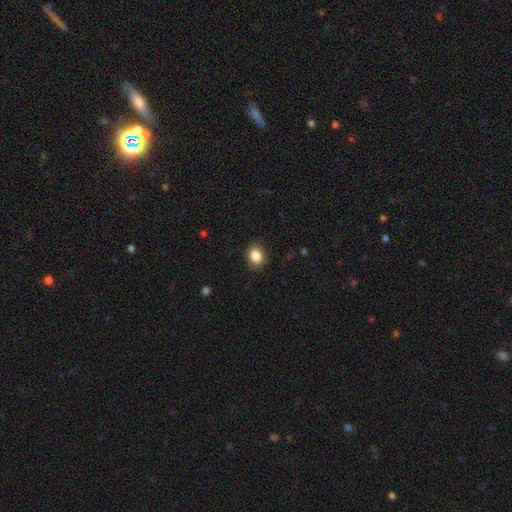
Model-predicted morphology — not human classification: This is clearly a smooth galaxy (87%). How rounded: possibly in between (59%). Merging: clearly none (87%).